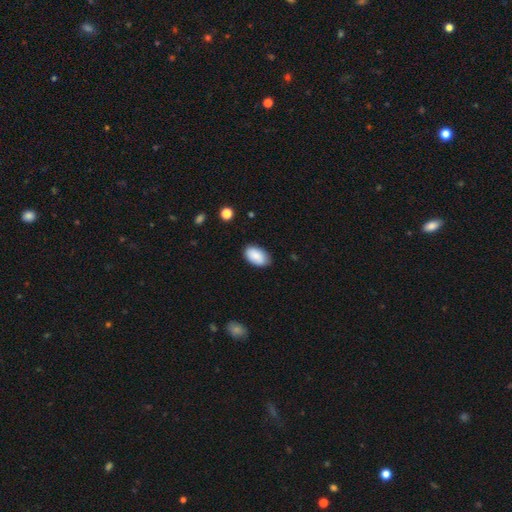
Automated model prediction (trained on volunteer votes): Morphology: type=smooth (86%); roundness=in between (94%); merging=none (81%).